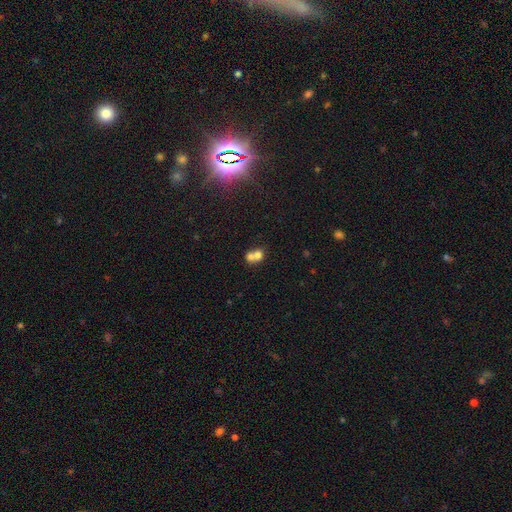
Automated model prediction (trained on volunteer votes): Overall: smooth (70%). How rounded: round (65%; in between 34%). Merging: merger (68%).